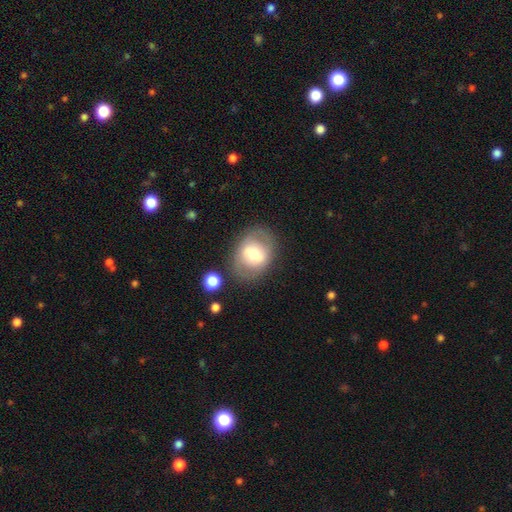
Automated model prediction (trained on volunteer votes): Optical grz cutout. It shows a smooth galaxy with no disk features (53%) that is in between round and cigar-shaped (66%). Merging: none (74%).